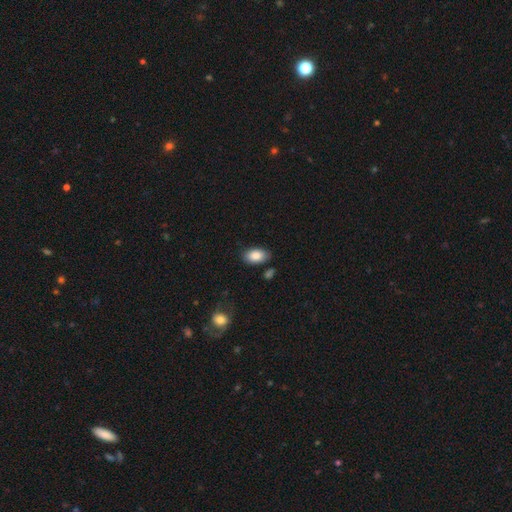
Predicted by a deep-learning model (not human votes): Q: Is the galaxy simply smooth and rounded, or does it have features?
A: smooth — 86%.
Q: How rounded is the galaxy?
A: in between — 92%.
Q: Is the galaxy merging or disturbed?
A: none — 81%.